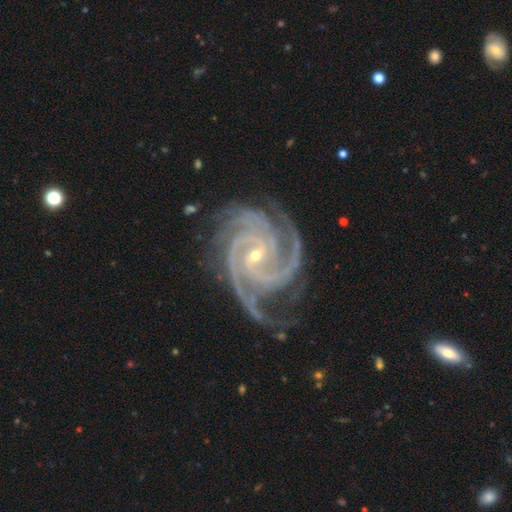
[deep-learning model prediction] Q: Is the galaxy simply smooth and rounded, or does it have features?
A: featured or disk — 94%.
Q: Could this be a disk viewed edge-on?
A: no — 98%.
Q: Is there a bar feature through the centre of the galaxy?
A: weak — 38%, tied with no.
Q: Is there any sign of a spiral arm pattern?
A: yes — 99%.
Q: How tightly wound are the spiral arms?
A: tight — 69%.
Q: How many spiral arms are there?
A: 3 — 33%.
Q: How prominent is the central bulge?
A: small — 76%.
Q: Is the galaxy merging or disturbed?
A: none — 70%.